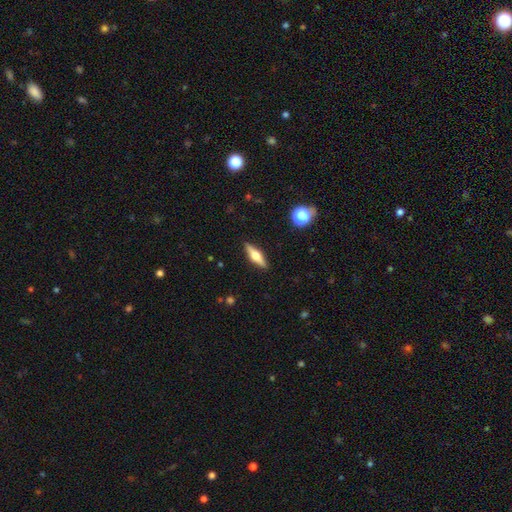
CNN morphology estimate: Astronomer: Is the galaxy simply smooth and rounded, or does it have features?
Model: featured or disk — 57% (runner-up: smooth, 36%).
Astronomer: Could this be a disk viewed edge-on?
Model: yes — 95%.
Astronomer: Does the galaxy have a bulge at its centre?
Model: rounded — 94%.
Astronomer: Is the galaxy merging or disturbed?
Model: none — 90%.